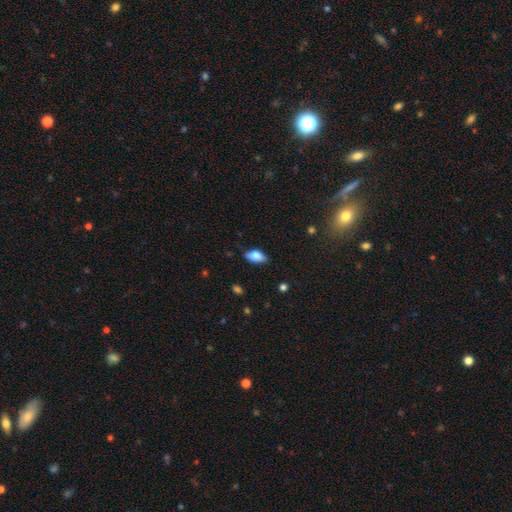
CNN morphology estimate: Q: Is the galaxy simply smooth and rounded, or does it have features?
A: smooth — 82%.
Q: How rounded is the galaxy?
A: in between — 91%.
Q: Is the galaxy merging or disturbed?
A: none — 78%.